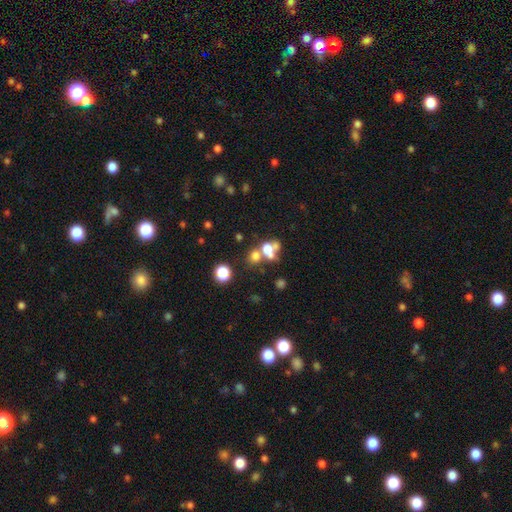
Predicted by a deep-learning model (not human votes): This is likely a smooth galaxy (64%). How rounded: possibly round (54%). Merging: possibly merger (51%).